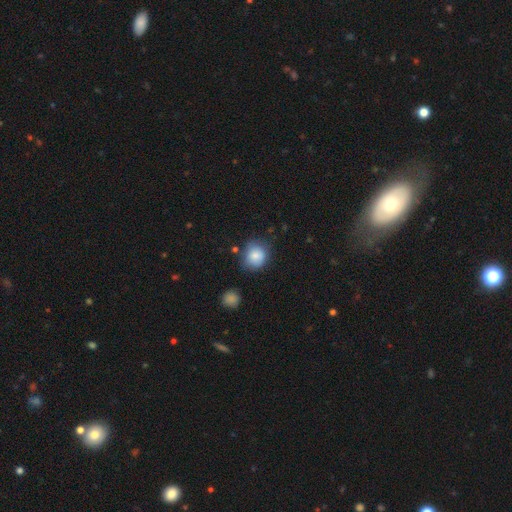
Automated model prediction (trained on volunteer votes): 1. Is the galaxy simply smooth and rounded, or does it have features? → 83% smooth, 9% star or artifact, 8% featured or disk.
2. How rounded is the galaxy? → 82% round, 18% in between, 1% cigar-shaped.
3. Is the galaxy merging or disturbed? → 70% none, 20% minor disturbance, 5% major disturbance, 4% merger.